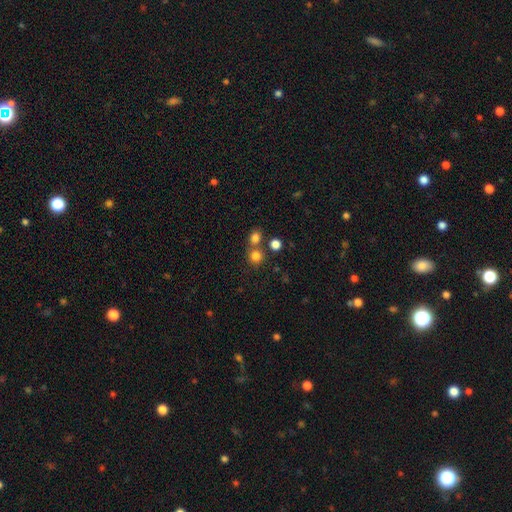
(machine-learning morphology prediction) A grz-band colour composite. It shows a smooth galaxy with no disk features (78%) that is round (88%). Merging: none (62%).